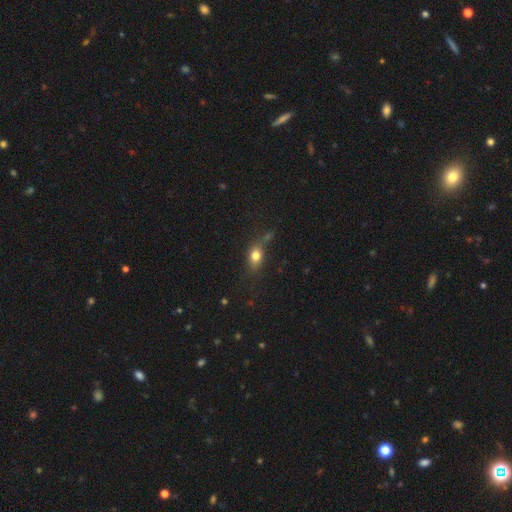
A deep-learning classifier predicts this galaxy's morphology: The model was most divided on "merging": none: 52%, minor disturbance: 23%, major disturbance: 13%, merger: 11%. More confident: smooth or featured — smooth (77%); how rounded — in between (67%).